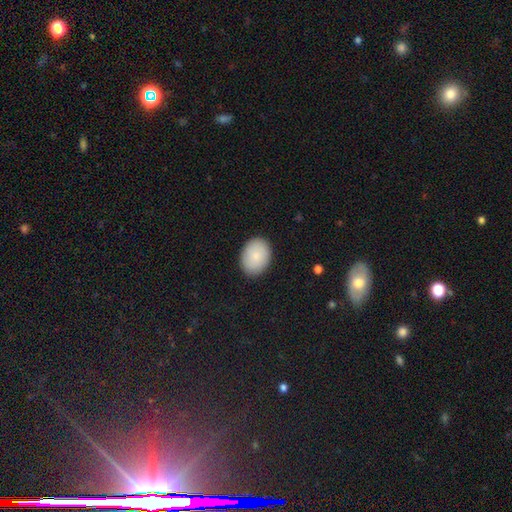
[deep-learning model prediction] smooth_or_featured: smooth (p=0.86) [alt: featured or disk p=0.07]
how_rounded: in between (p=0.72) [alt: round p=0.27]
merging: none (p=0.89) [alt: minor disturbance p=0.08]